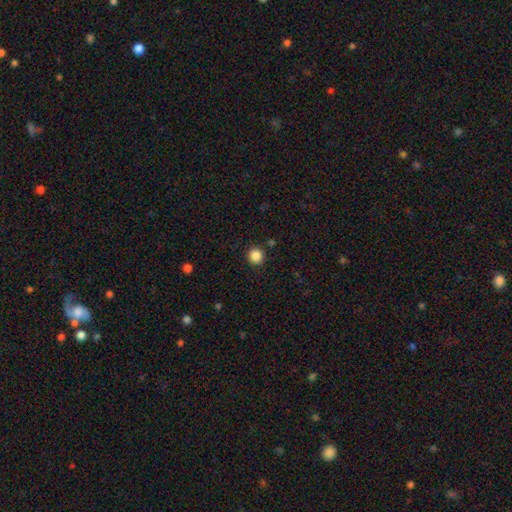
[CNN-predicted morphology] smooth-or-featured: smooth: 86% | star or artifact: 11% | featured or disk: 3%
  how-rounded: round: 94% | in between: 5% | cigar-shaped: 1%
  merging: none: 90% | minor disturbance: 6% | merger: 2% | major disturbance: 2%